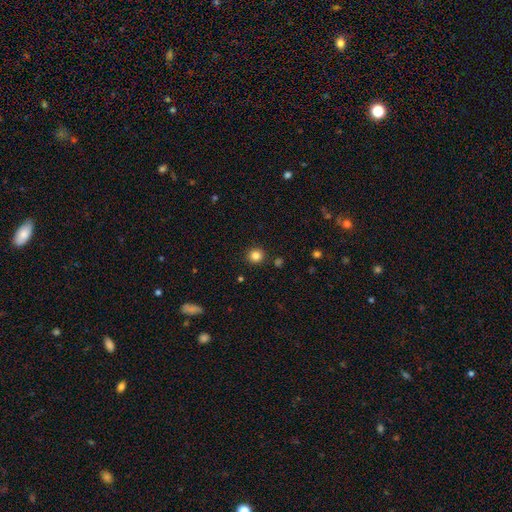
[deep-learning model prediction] Smooth or featured? smooth (84%)
How rounded? round (93%)
Merging? none (91%)